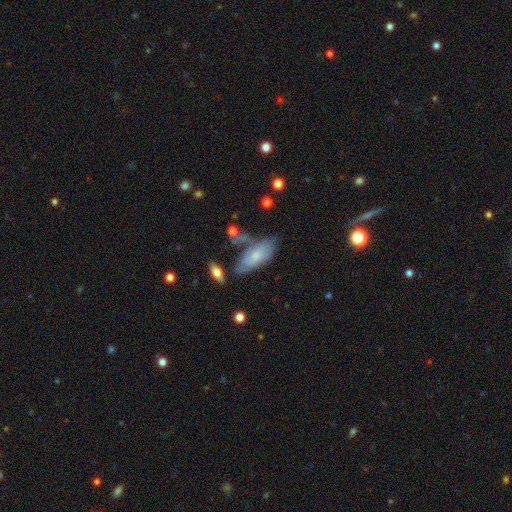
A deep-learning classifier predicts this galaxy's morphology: smooth 56%, featured or disk 36%, star or artifact 8%. Down the decision tree: how rounded — in between (86%); merging — none (44%).